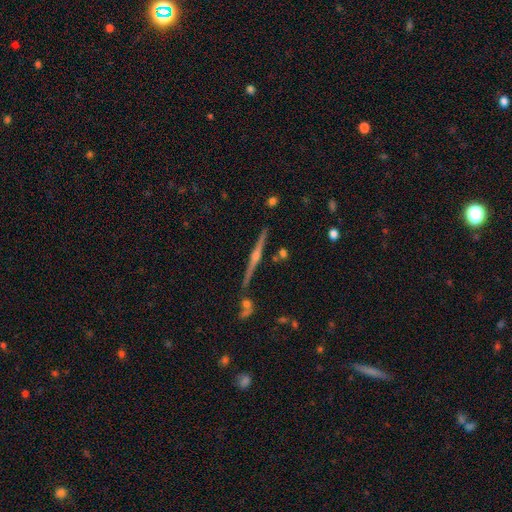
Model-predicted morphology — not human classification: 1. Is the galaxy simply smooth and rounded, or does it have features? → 84% featured or disk, 8% smooth, 7% star or artifact.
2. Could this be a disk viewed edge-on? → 98% yes, 2% no.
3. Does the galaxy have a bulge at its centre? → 90% rounded, 5% none, 5% boxy.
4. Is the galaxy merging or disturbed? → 85% none, 8% minor disturbance, 5% merger, 2% major disturbance.